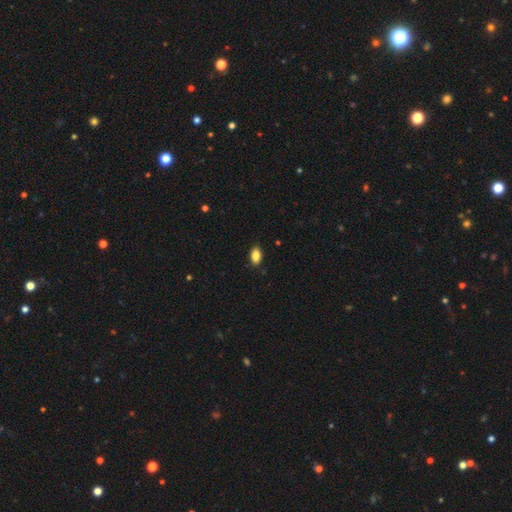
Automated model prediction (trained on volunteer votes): This appears to be a smooth galaxy with no disk features (86%) that is in between round and cigar-shaped (91%). Merging: none (88%).